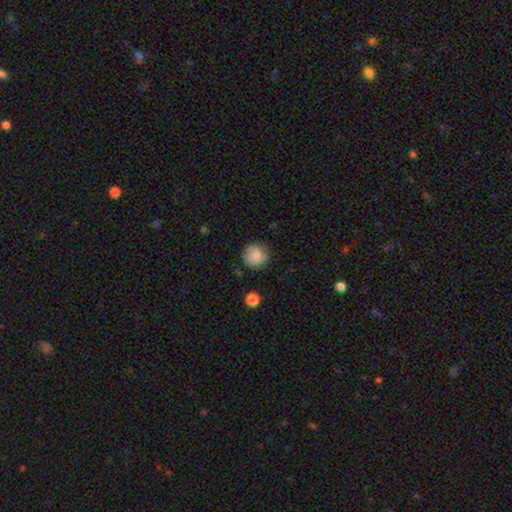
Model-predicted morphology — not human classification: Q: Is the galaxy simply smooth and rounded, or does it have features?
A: smooth — 70%.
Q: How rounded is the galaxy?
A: round — 89%.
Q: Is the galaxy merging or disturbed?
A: none — 77%.